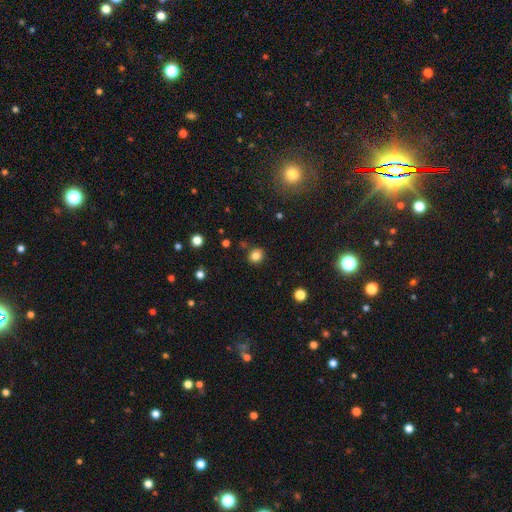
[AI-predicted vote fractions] Smooth or featured? smooth (83%)
How rounded? round (80%)
Merging? none (87%)